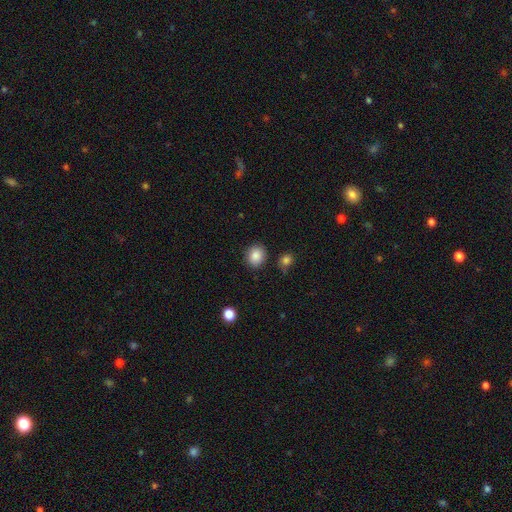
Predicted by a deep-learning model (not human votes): Smooth or featured: smooth — 87% (star or artifact — 9%)
How rounded: round — 68% (in between — 31%)
Merging: none — 85% (minor disturbance — 9%)